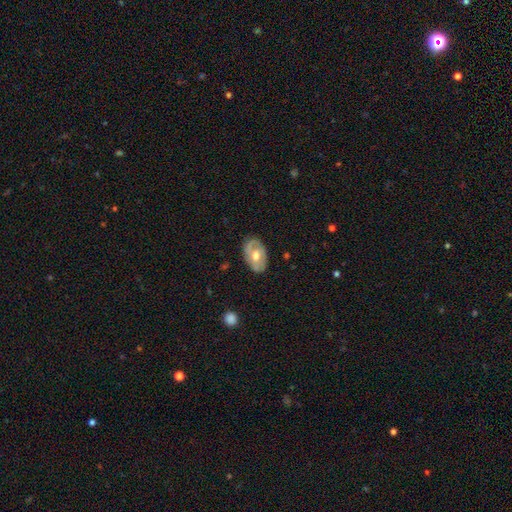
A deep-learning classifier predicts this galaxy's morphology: Smooth or featured: featured or disk — 58% (smooth — 36%)
Edge-on disk: no — 93% (yes — 7%)
Bar: no — 56% (weak — 35%)
Spiral arms: yes — 59% (no — 41%)
Bulge size: moderate — 74% (small — 14%)
Merging: none — 76% (minor disturbance — 18%)